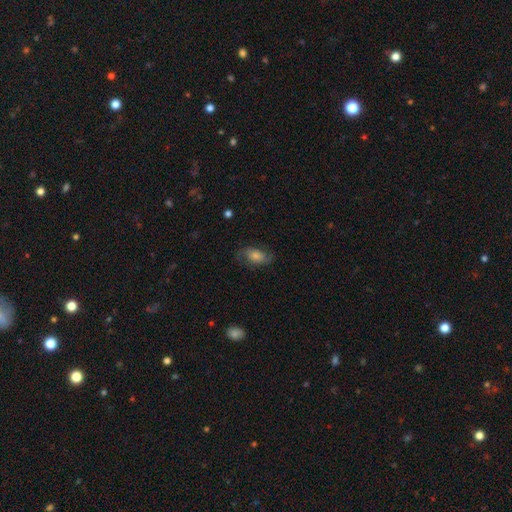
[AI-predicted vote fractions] This appears to be a featured or disk galaxy (51%). Merging: none (73%).